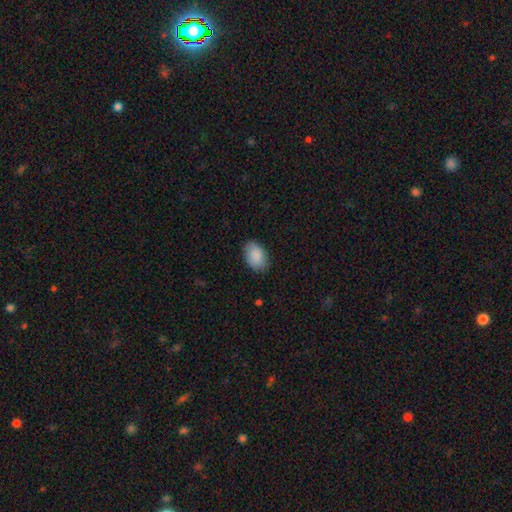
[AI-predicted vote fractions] This appears to be a smooth galaxy with no disk features (90%) that is in between round and cigar-shaped (89%). Merging: none (83%).